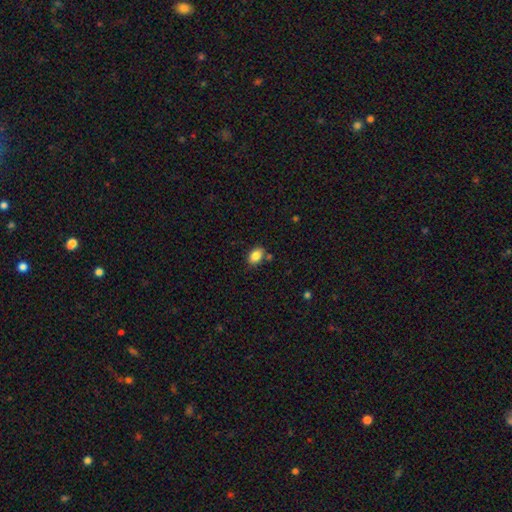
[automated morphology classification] smooth 86%, star or artifact 9%, featured or disk 6%. Down the decision tree: how rounded — in between (84%); merging — none (79%).